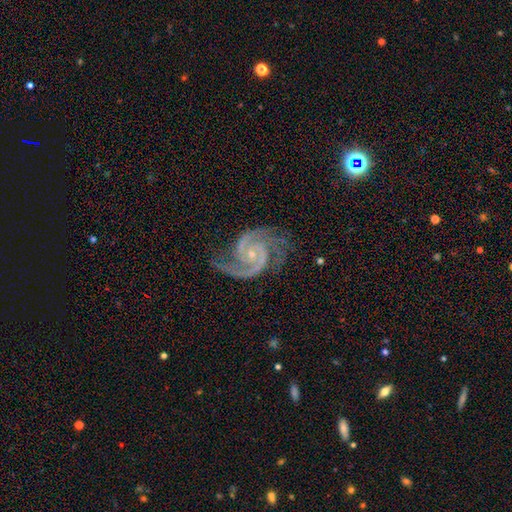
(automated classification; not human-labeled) Overall: featured or disk (91%). Edge-on disk: no (98%). Bar: no (63%; weak 27%). Spiral arms: yes (99%). Spiral arm count: 2 (69%). Spiral winding: medium (53%; tight 39%). Bulge size: small (78%). Merging: none (75%).